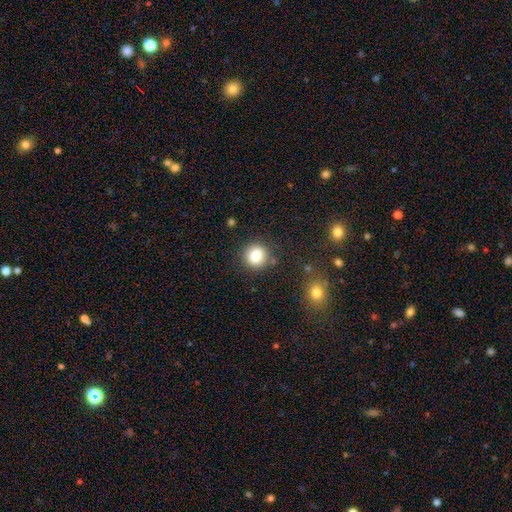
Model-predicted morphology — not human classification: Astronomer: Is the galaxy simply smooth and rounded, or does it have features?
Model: smooth — 82%.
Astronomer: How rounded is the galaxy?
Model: round — 90%.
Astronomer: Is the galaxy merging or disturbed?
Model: none — 85%.